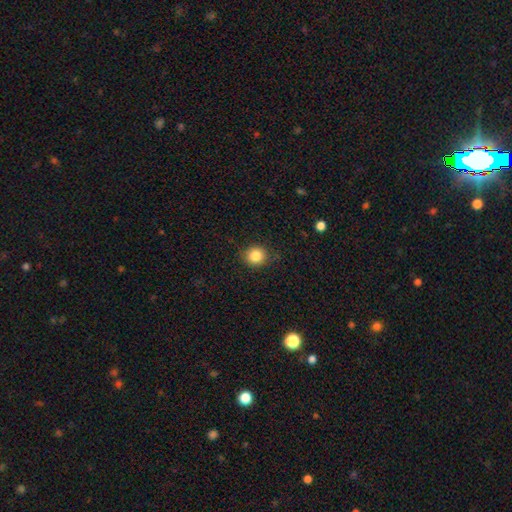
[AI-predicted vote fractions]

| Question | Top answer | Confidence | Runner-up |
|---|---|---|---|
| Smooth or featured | smooth | 84% | star or artifact (11%) |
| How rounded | round | 83% | in between (16%) |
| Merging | none | 86% | minor disturbance (10%) |